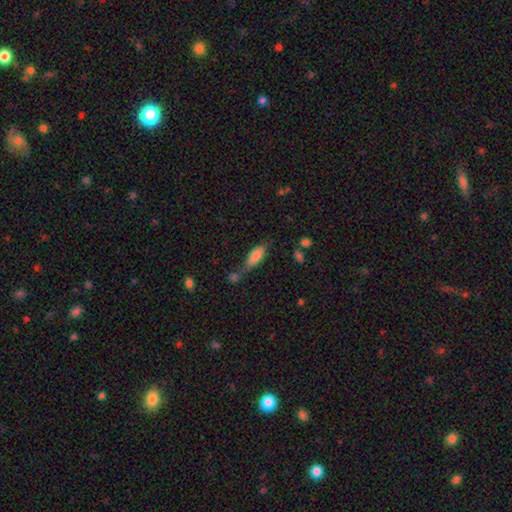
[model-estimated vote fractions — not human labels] Smooth or featured? smooth (76%)
How rounded? in between (72%)
Merging? none (43%)